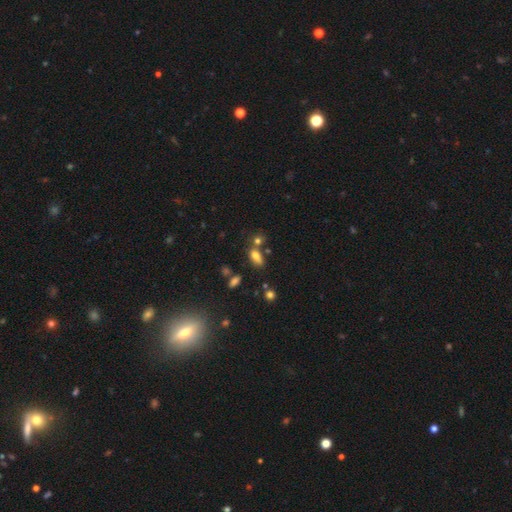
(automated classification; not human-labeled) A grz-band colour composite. It shows a smooth galaxy with no disk features (75%) that is in between round and cigar-shaped (81%). Merging: none (55%).